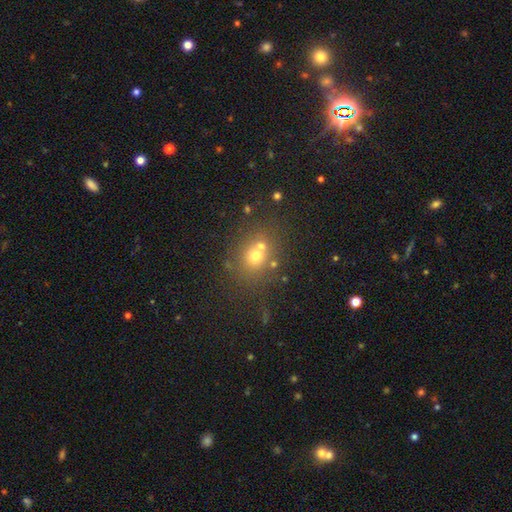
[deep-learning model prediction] Smooth or featured?
  - smooth: 64% *
  - star or artifact: 19%
  - featured or disk: 17%
How rounded?
  - round: 76% *
  - in between: 23%
  - cigar-shaped: 1%
Merging?
  - none: 55% *
  - merger: 31%
  - minor disturbance: 9%
  - major disturbance: 5%